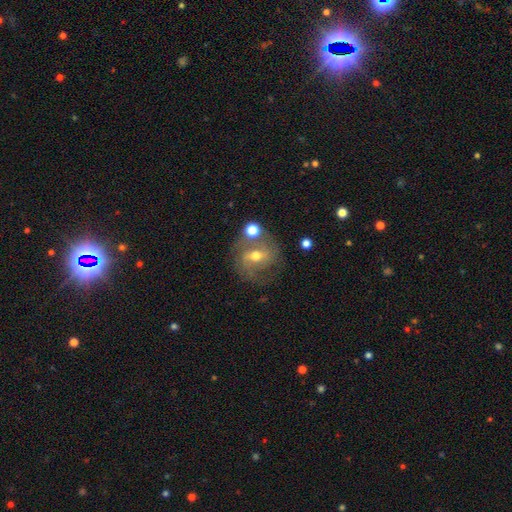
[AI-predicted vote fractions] The model was most divided on "spiral winding": medium: 47%, tight: 33%, loose: 20%. Remaining: edge-on disk — no (95%); spiral arms — yes (84%); smooth or featured — featured or disk (70%); spiral arm count — 2 (68%); merging — none (65%); bulge size — moderate (62%); bar — weak (46%).